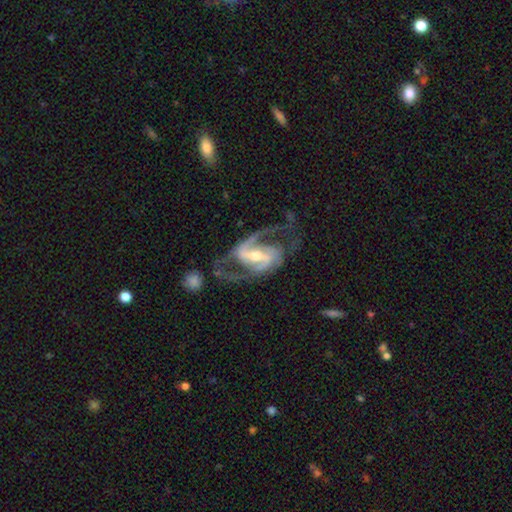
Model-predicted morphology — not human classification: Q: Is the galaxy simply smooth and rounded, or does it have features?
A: featured or disk — 91%.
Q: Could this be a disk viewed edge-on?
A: no — 97%.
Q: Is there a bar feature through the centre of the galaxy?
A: strong — 57%.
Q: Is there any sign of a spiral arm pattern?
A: yes — 97%.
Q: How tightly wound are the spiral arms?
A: medium — 56%.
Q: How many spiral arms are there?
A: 2 — 88%.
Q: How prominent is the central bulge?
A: moderate — 55%.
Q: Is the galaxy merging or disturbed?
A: none — 56%.